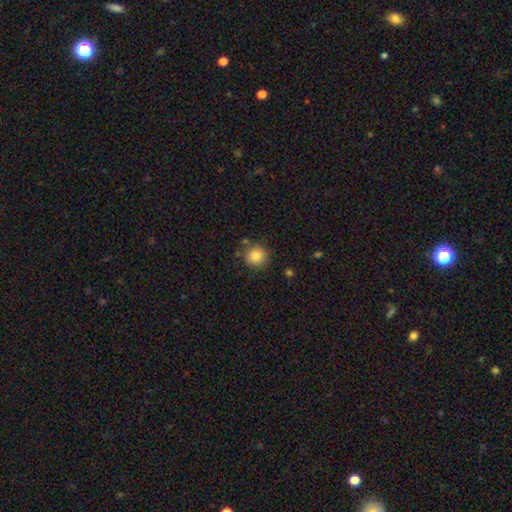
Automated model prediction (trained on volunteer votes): smooth 84%, star or artifact 10%, featured or disk 6%. Down the decision tree: how rounded — round (93%); merging — none (80%).